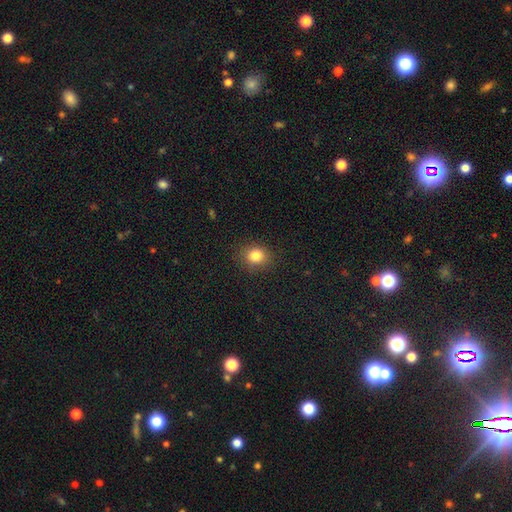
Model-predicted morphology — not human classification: smooth 82%, star or artifact 12%, featured or disk 6%. Down the decision tree: how rounded — round (71%); merging — none (88%).